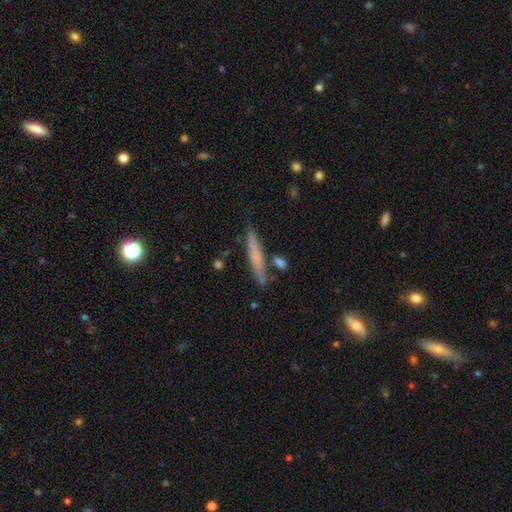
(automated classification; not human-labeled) smooth-or-featured: smooth: 59% | featured or disk: 33% | star or artifact: 7%
  how-rounded: cigar-shaped: 94% | in between: 4% | round: 2%
  merging: none: 82% | minor disturbance: 11% | merger: 4% | major disturbance: 2%